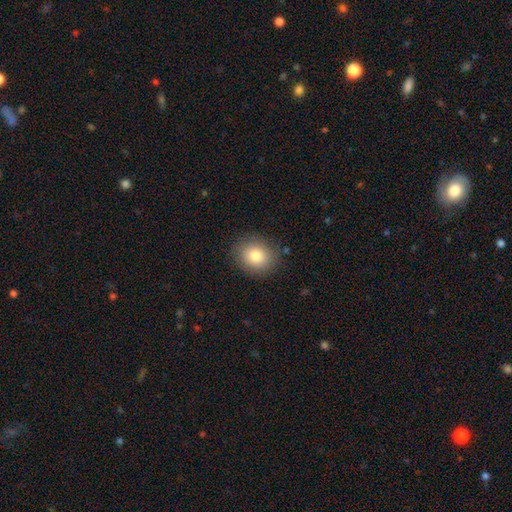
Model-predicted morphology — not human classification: This is clearly a smooth galaxy (81%). How rounded: likely round (66%). Merging: clearly none (86%).